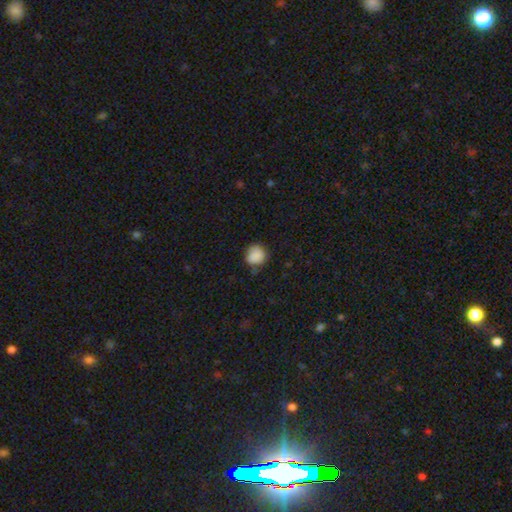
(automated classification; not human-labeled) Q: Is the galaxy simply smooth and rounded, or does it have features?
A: smooth — 87%.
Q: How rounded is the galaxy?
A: round — 84%.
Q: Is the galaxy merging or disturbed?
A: none — 70%.